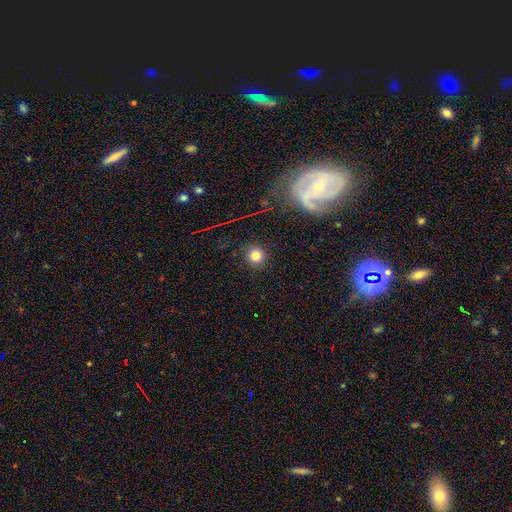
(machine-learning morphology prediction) Smooth or featured: smooth — 79% (star or artifact — 14%)
How rounded: round — 92% (in between — 7%)
Merging: none — 90% (minor disturbance — 6%)